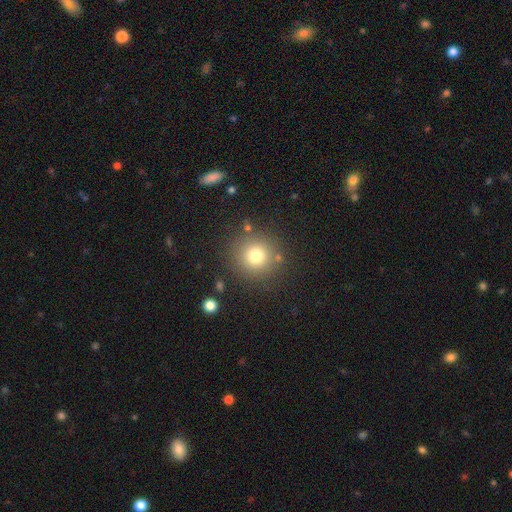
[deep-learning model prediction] A smooth galaxy with no disk features (76%) that is round (94%). Merging: none (85%).